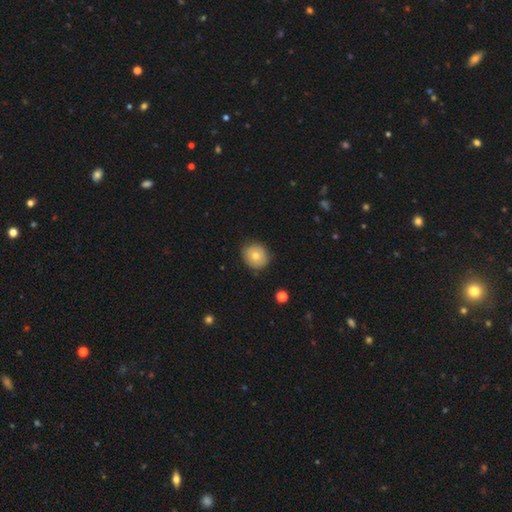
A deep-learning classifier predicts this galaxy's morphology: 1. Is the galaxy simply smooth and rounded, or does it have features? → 74% smooth, 16% featured or disk, 9% star or artifact.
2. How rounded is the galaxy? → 84% round, 15% in between, 1% cigar-shaped.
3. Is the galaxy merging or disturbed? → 84% none, 12% minor disturbance, 2% major disturbance, 1% merger.